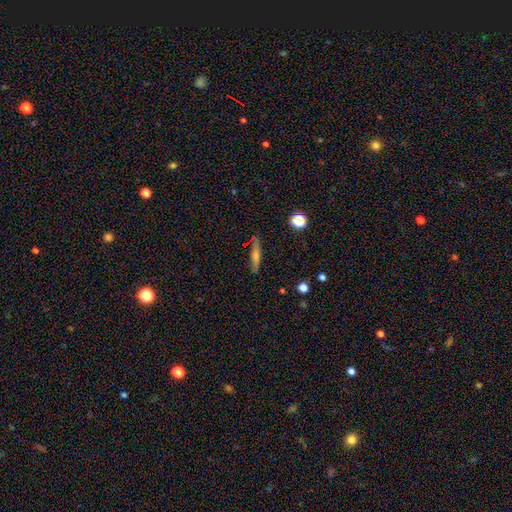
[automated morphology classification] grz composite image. It shows a smooth galaxy with no disk features (46%). Merging: none (86%).